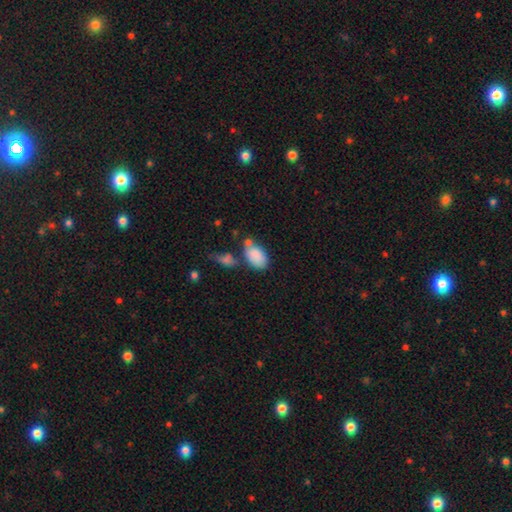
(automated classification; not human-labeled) A smooth galaxy with no disk features (85%) that is in between round and cigar-shaped (91%). Merging: none (47%).